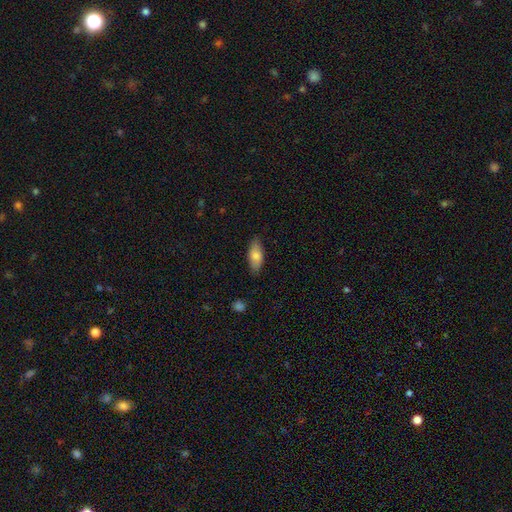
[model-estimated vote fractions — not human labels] Smooth or featured? Predicted: smooth (p=0.80). How rounded? Predicted: in between (p=0.83). Merging? Predicted: none (p=0.83).